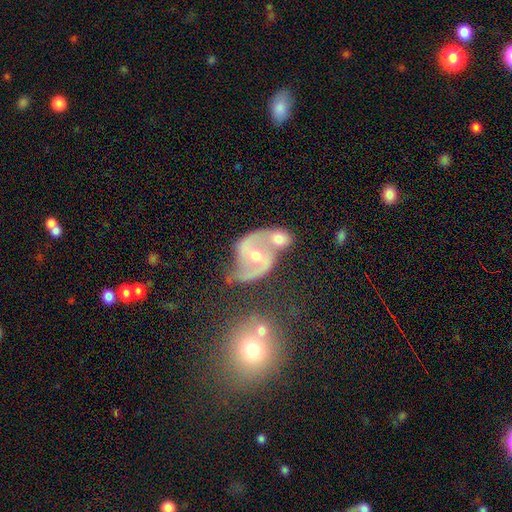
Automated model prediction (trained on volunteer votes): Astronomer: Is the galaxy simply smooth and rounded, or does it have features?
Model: featured or disk — 84%.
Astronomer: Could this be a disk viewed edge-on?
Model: no — 97%.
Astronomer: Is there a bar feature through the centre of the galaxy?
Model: weak — 41% (runner-up: strong, 31%).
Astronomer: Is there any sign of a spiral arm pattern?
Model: yes — 93%.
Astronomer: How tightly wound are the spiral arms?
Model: medium — 48% (runner-up: loose, 38%).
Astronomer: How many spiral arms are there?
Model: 2 — 91%.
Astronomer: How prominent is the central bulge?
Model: moderate — 53% (runner-up: small, 43%).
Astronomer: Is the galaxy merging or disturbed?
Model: none — 41% (runner-up: merger, 35%).